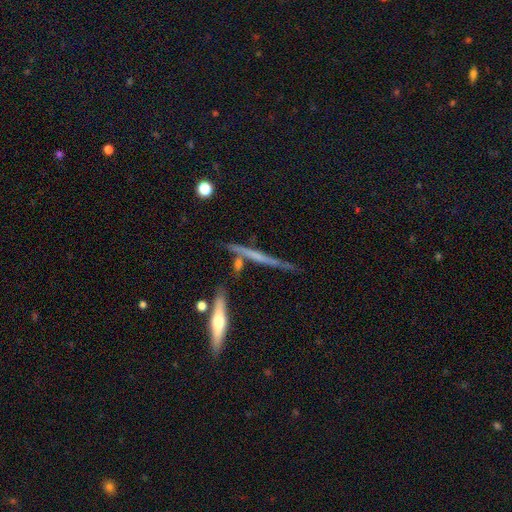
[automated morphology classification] A featured or disk galaxy (64%) viewed edge-on (96%) with no central bulge (60%).

Vote fractions:
- Smooth or featured? featured or disk: 64% / smooth: 28% / star or artifact: 8%
- Edge-on disk? yes: 96% / no: 4%
- Edge-on bulge? none: 60% / rounded: 27% / boxy: 12%
- Merging? none: 74% / minor disturbance: 14% / merger: 8% / major disturbance: 3%